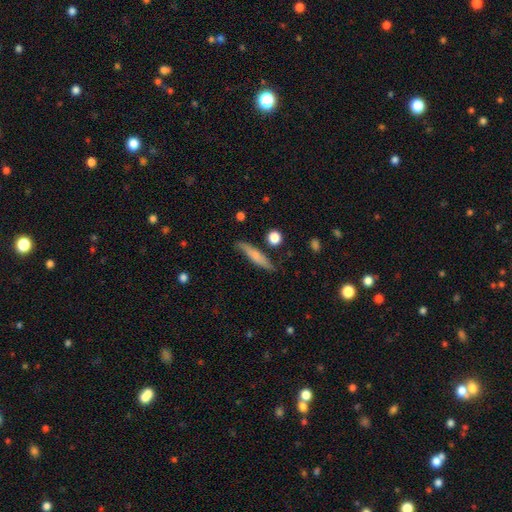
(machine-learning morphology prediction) Q: Smooth or featured?
A: smooth (65%); runner-up: featured or disk (29%)
Q: How rounded?
A: cigar-shaped (85%); runner-up: in between (13%)
Q: Merging?
A: none (78%); runner-up: minor disturbance (16%)